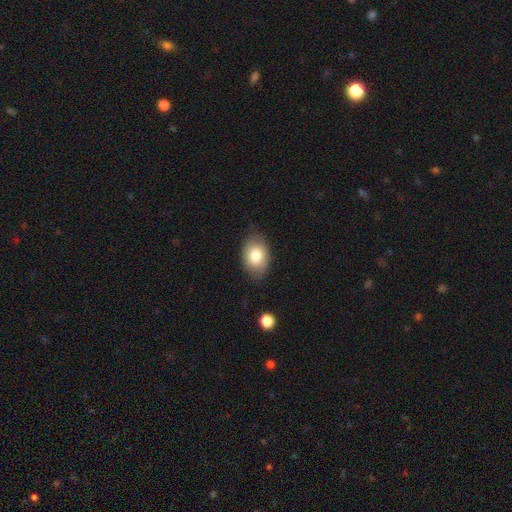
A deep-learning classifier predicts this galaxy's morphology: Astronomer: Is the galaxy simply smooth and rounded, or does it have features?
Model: smooth — 80%.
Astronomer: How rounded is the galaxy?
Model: in between — 82%.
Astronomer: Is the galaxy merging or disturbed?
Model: none — 79%.